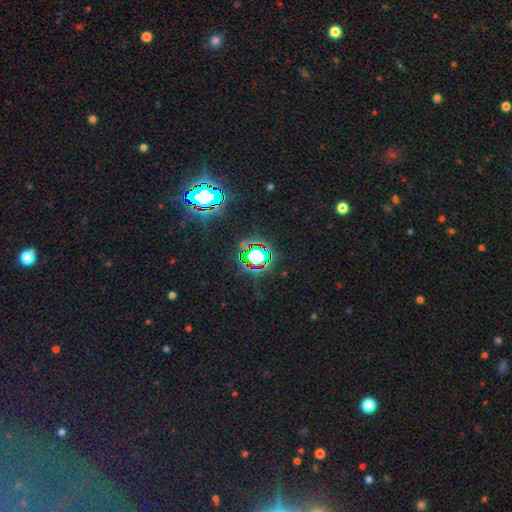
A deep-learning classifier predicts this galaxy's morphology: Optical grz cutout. It shows a star or artifact, not a galaxy (73%).